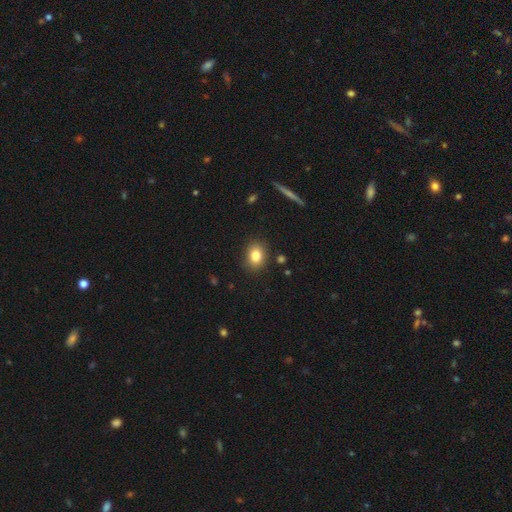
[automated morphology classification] smooth-or-featured: smooth: 82% | star or artifact: 10% | featured or disk: 8%
  how-rounded: in between: 58% | round: 41% | cigar-shaped: 1%
  merging: none: 87% | minor disturbance: 9% | major disturbance: 2% | merger: 2%